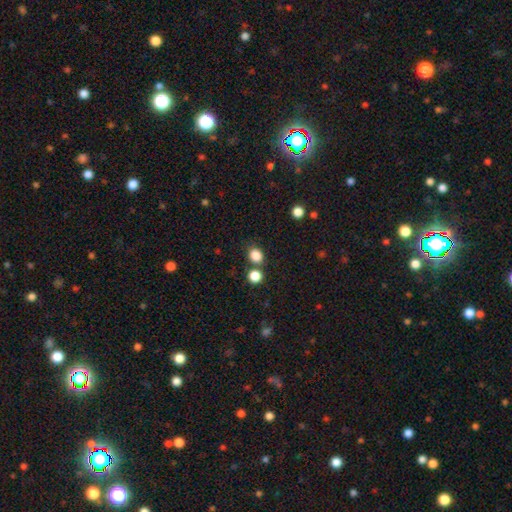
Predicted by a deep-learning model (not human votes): Q: Smooth or featured?
A: smooth (84%); runner-up: star or artifact (12%)
Q: How rounded?
A: round (62%); runner-up: in between (37%)
Q: Merging?
A: none (72%); runner-up: merger (14%)